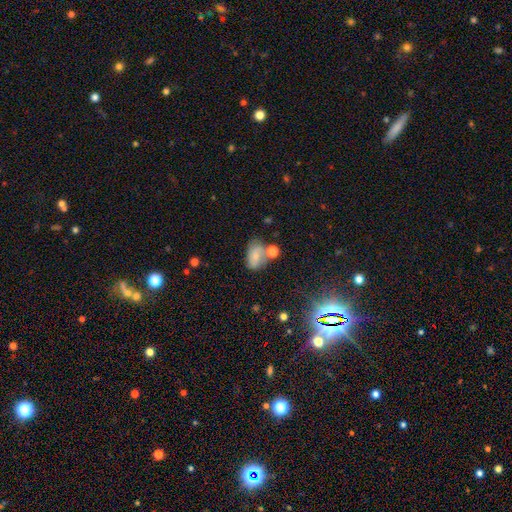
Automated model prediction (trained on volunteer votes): smooth-or-featured: smooth: 68% | featured or disk: 20% | star or artifact: 12%
  how-rounded: in between: 83% | round: 15% | cigar-shaped: 2%
  merging: none: 44% | merger: 25% | minor disturbance: 22% | major disturbance: 9%